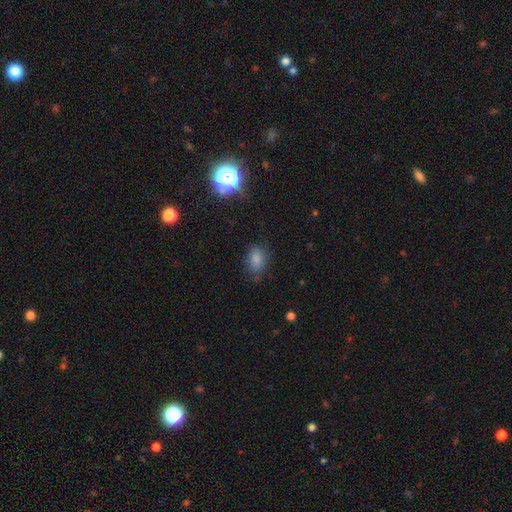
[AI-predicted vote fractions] The model was most divided on "how rounded": in between: 68%, round: 31%, cigar-shaped: 1%. More confident: merging — none (75%); smooth or featured — smooth (70%).